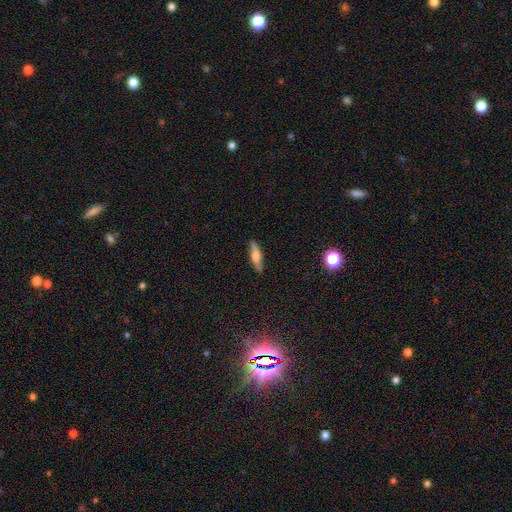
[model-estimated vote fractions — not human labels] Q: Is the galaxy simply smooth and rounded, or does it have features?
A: smooth — 49%.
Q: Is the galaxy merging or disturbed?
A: none — 86%.